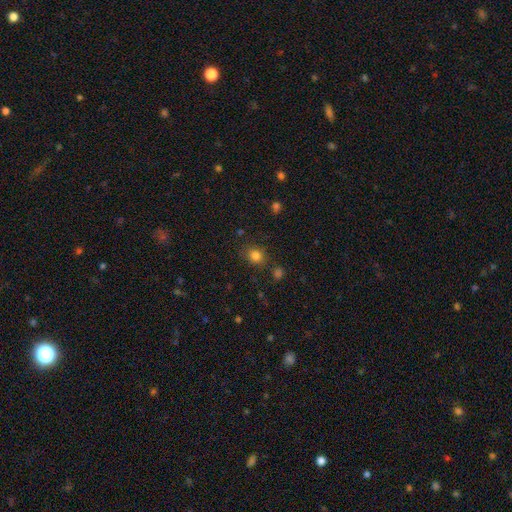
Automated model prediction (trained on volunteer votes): smooth-or-featured: smooth: 81% | star or artifact: 14% | featured or disk: 5%
  how-rounded: round: 71% | in between: 28% | cigar-shaped: 1%
  merging: none: 82% | minor disturbance: 11% | merger: 4% | major disturbance: 4%